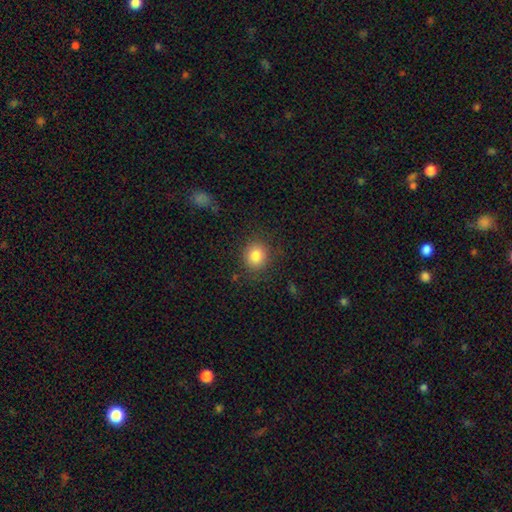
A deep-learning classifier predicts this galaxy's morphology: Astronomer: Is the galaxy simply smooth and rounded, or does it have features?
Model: smooth — 84%.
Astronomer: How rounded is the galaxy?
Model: round — 82%.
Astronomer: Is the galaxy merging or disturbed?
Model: none — 85%.